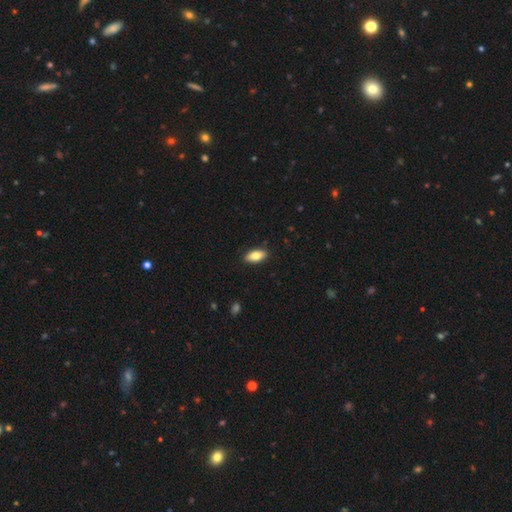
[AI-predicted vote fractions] Overall: smooth (80%). How rounded: in between (88%). Merging: none (89%).